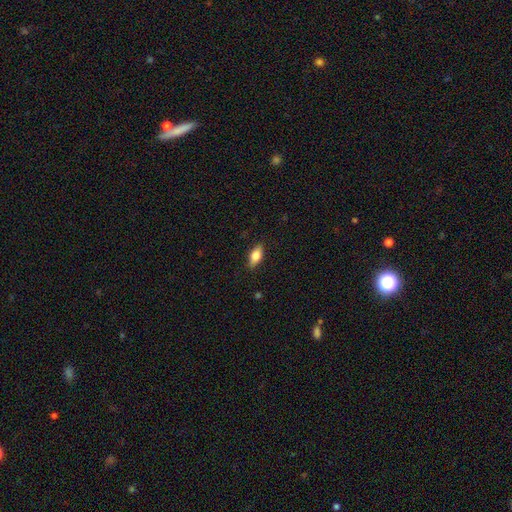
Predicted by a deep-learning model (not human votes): Smooth or featured?
  - smooth: 73% *
  - featured or disk: 20%
  - star or artifact: 7%
How rounded?
  - in between: 84% *
  - cigar-shaped: 12%
  - round: 4%
Merging?
  - none: 87% *
  - minor disturbance: 10%
  - major disturbance: 2%
  - merger: 1%